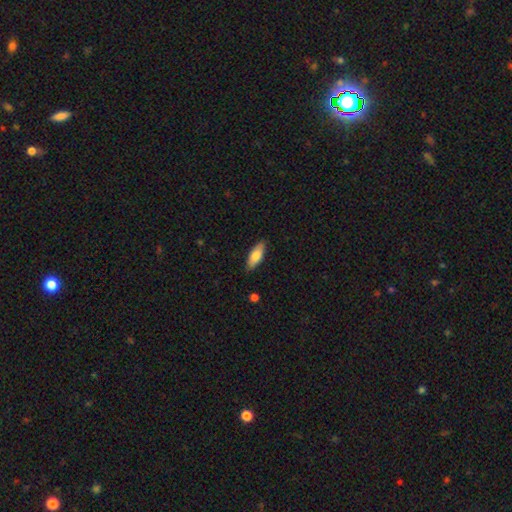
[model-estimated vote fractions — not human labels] Smooth or featured: smooth — 77% (featured or disk — 17%)
How rounded: in between — 69% (cigar-shaped — 29%)
Merging: none — 87% (minor disturbance — 10%)